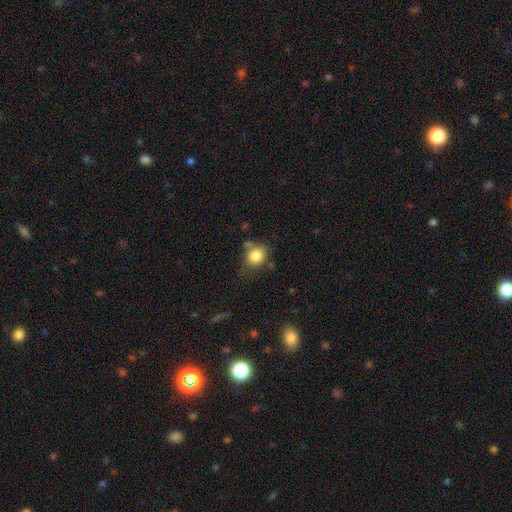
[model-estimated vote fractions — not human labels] Overall: smooth (82%). How rounded: round (59%; in between 40%). Merging: none (57%; minor disturbance 26%).